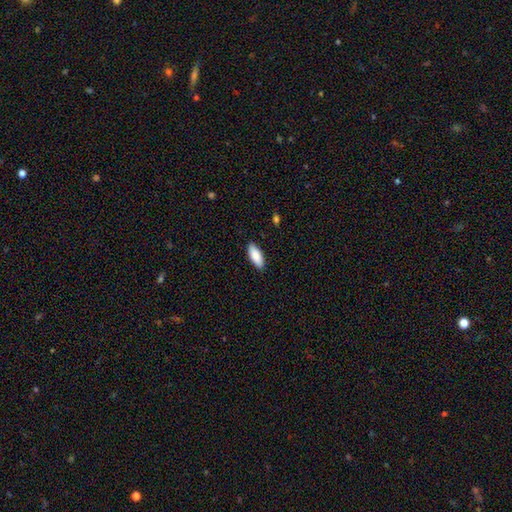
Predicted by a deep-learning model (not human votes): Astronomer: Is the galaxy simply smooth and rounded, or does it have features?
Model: smooth — 86%.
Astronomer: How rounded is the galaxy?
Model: in between — 77%.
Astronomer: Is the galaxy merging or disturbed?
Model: none — 89%.